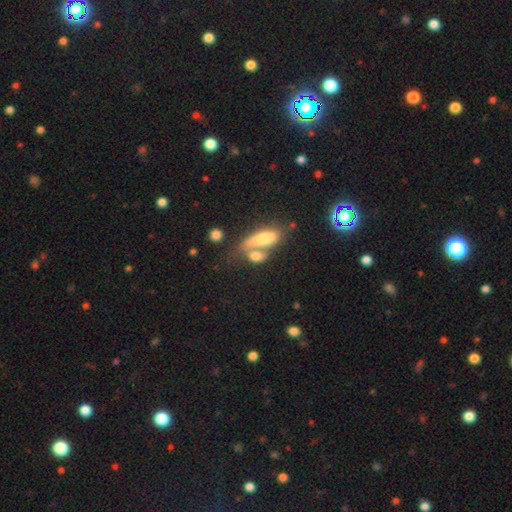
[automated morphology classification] This appears to be a smooth galaxy with no disk features (70%) that is in between round and cigar-shaped (68%). Merging: merger (56%).